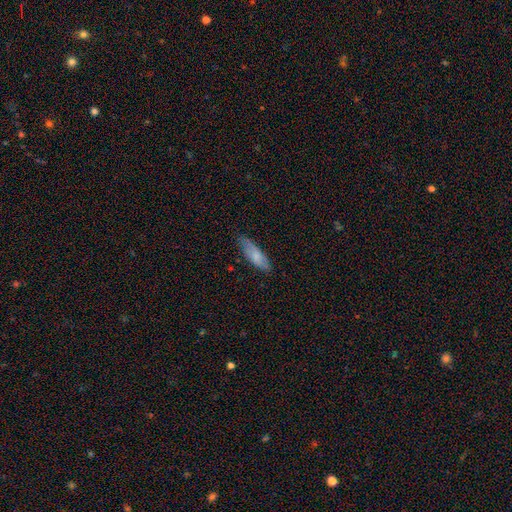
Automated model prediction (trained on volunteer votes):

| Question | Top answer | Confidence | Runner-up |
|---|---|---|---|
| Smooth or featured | smooth | 72% | featured or disk (22%) |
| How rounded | in between | 58% | cigar-shaped (41%) |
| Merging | none | 71% | minor disturbance (23%) |